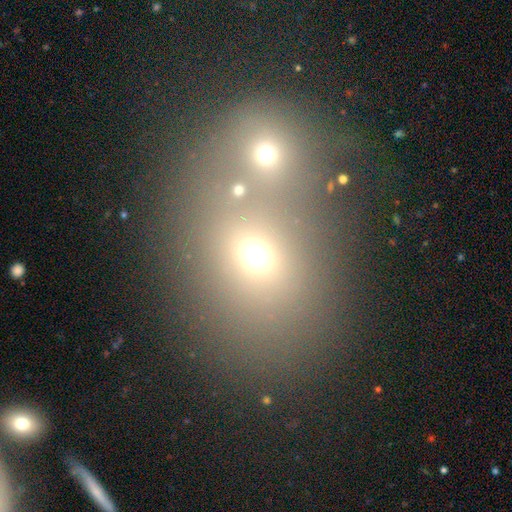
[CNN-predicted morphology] Smooth or featured: smooth — 64% (star or artifact — 21%)
How rounded: in between — 50% (round — 48%)
Merging: merger — 54% (none — 33%)